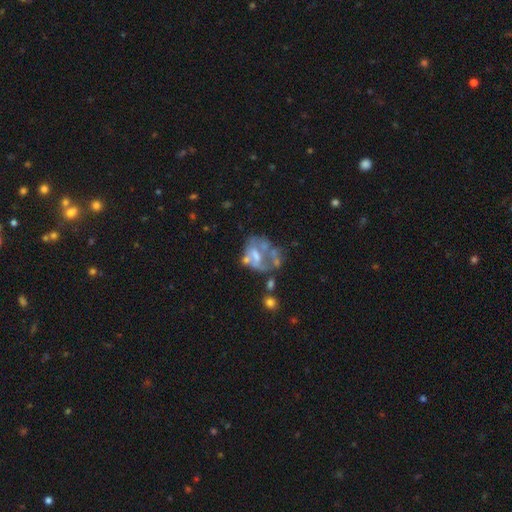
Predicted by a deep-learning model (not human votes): Smooth or featured?
  - featured or disk: 61% *
  - smooth: 26%
  - star or artifact: 12%
Edge-on disk?
  - no: 98% *
  - yes: 2%
Bar?
  - no: 72% *
  - weak: 20%
  - strong: 8%
Spiral arms?
  - no: 86% *
  - yes: 14%
Bulge size?
  - none: 45% *
  - moderate: 29%
  - small: 21%
  - large: 4%
  - dominant: 1%
Merging?
  - major disturbance: 31% *
  - none: 27%
  - merger: 25%
  - minor disturbance: 17%